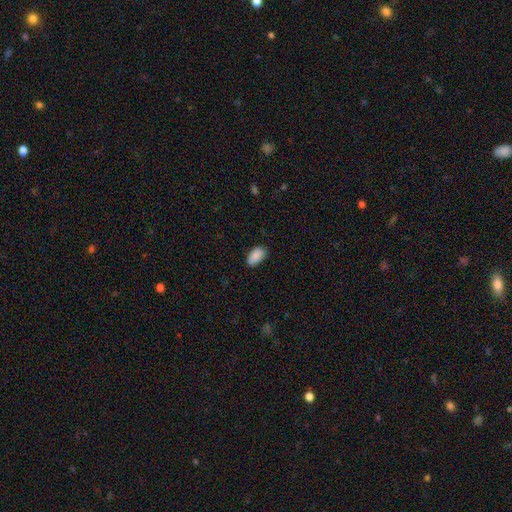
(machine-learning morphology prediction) type=smooth (89%); roundness=in between (94%); merging=none (82%).